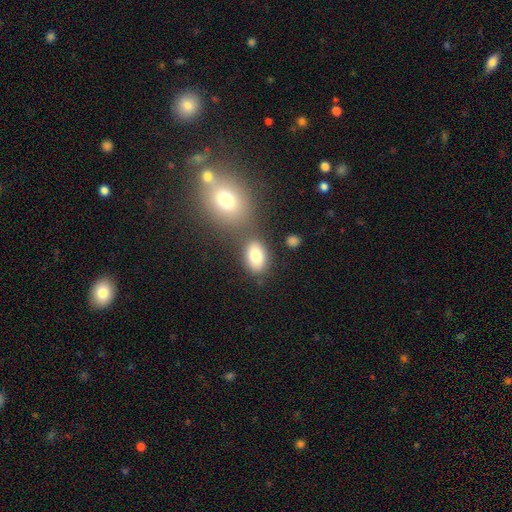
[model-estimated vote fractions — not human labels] Smooth or featured? smooth (80%)
How rounded? in between (84%)
Merging? none (68%)